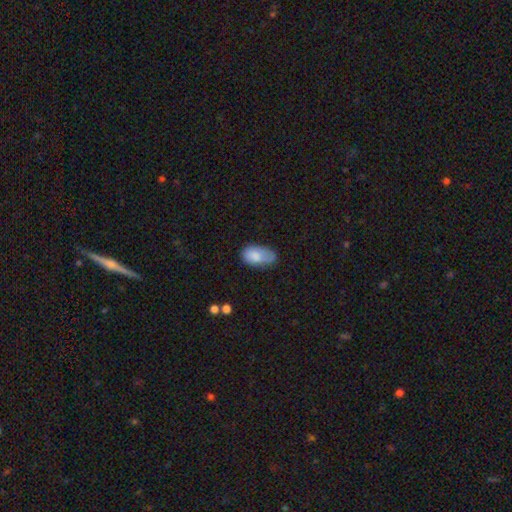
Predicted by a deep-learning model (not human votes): Smooth or featured? Predicted: smooth (p=0.77). How rounded? Predicted: in between (p=0.93). Merging? Predicted: none (p=0.43).